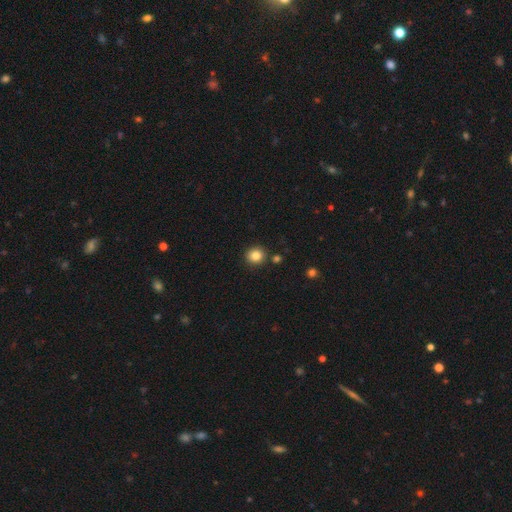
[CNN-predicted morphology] Smooth or featured: smooth — 84% (star or artifact — 11%)
How rounded: round — 89% (in between — 10%)
Merging: none — 87% (minor disturbance — 7%)